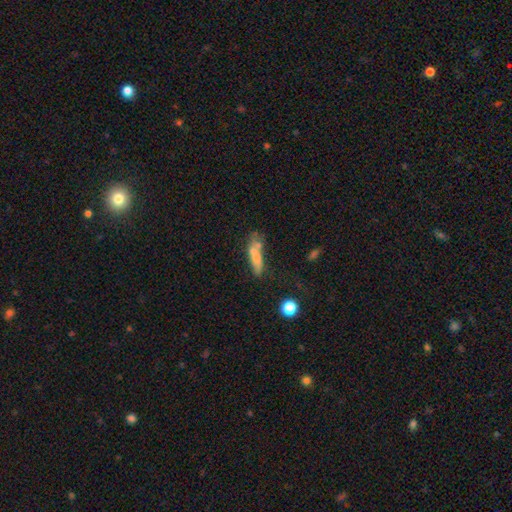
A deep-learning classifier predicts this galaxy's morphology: A smooth galaxy with no disk features (62%) that is cigar-shaped (58%).

Vote fractions:
- Smooth or featured? smooth: 62% / featured or disk: 27% / star or artifact: 11%
- How rounded? cigar-shaped: 58% / in between: 38% / round: 4%
- Merging? none: 39% / merger: 27% / minor disturbance: 20% / major disturbance: 14%